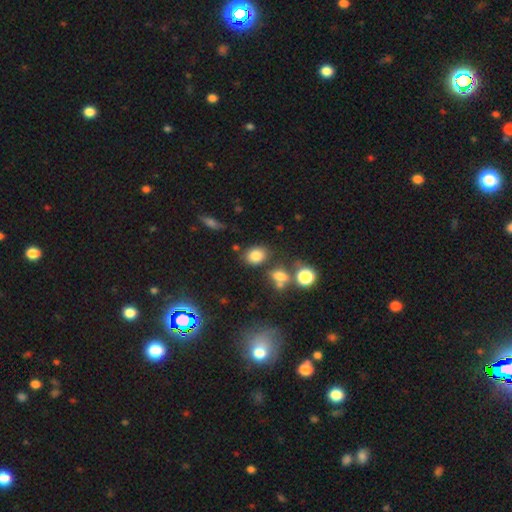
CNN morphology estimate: Smooth or featured? Predicted: smooth (p=0.80). How rounded? Predicted: in between (p=0.55). Merging? Predicted: none (p=0.75).